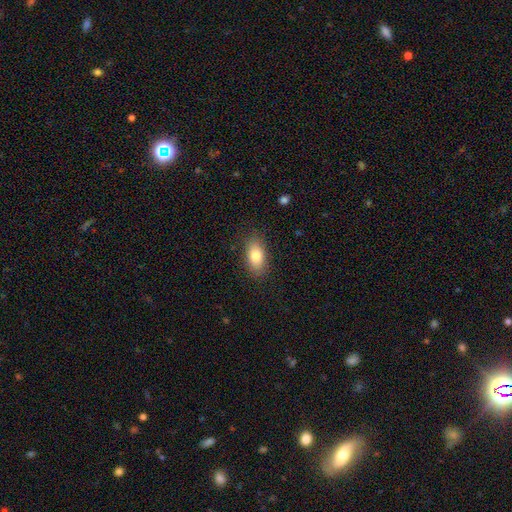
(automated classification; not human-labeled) Q: Smooth or featured?
A: smooth (81%); runner-up: featured or disk (11%)
Q: How rounded?
A: in between (89%); runner-up: round (6%)
Q: Merging?
A: none (85%); runner-up: minor disturbance (11%)